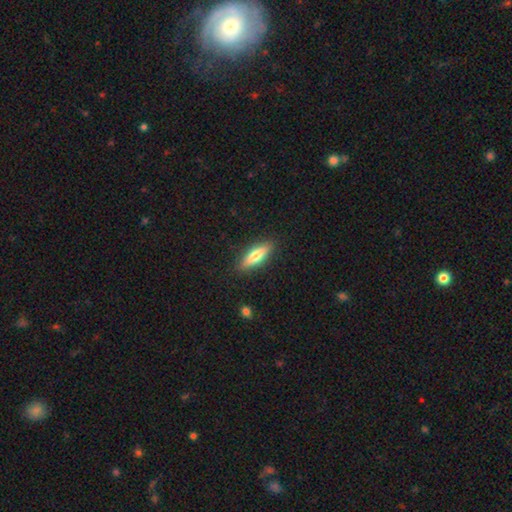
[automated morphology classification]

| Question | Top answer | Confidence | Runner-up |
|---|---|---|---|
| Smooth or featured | smooth | 60% | featured or disk (34%) |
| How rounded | cigar-shaped | 64% | in between (34%) |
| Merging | none | 88% | minor disturbance (8%) |